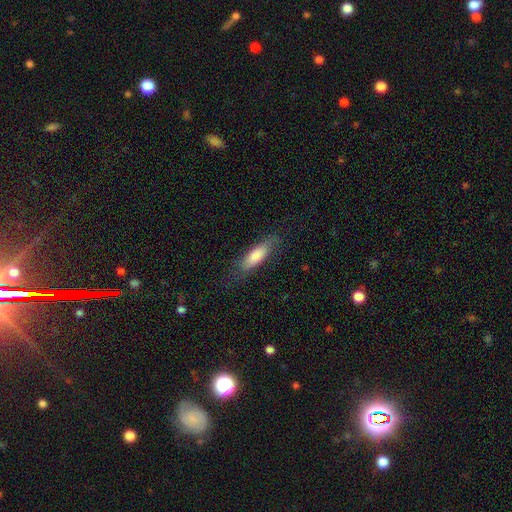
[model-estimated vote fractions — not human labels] The model was most divided on "how rounded": cigar-shaped: 54%, in between: 44%, round: 2%. More confident: merging — none (72%); smooth or featured — smooth (71%).